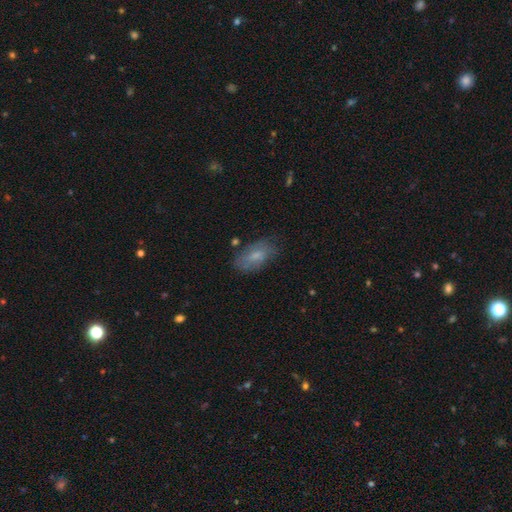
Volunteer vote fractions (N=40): A smooth galaxy with no disk features (75%) that is in between round and cigar-shaped (87%).

Vote fractions:
- Smooth or featured? smooth: 75% / featured or disk: 25% / star or artifact: 0%
- How rounded? in between: 87% / round: 10% / cigar-shaped: 3%
- Merging? none: 72% / minor disturbance: 18% / major disturbance: 5% / merger: 5%